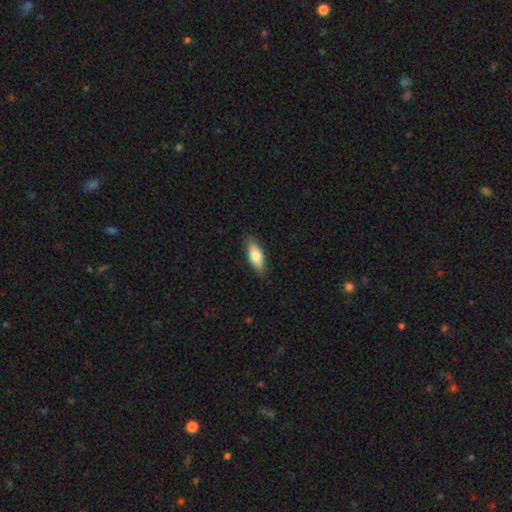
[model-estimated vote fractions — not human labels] Smooth or featured? smooth (74%)
How rounded? in between (76%)
Merging? none (85%)